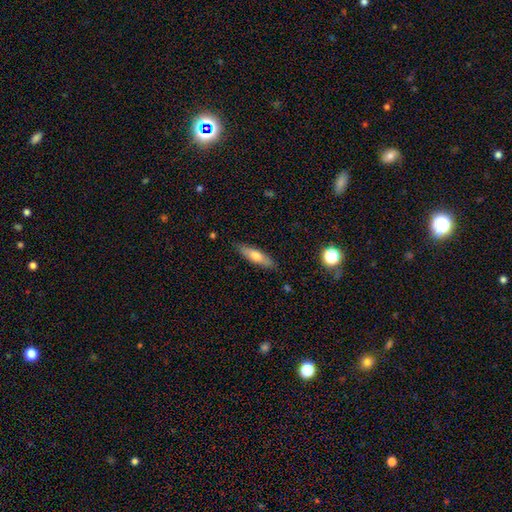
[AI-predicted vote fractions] This is likely a smooth galaxy (63%). How rounded: likely cigar-shaped (64%). Merging: clearly none (85%).